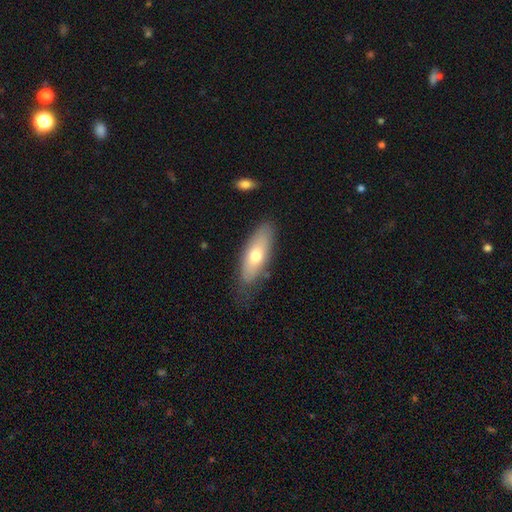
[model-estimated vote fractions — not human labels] Overall: smooth (64%; featured or disk 30%). How rounded: in between (66%; cigar-shaped 31%). Merging: none (74%).